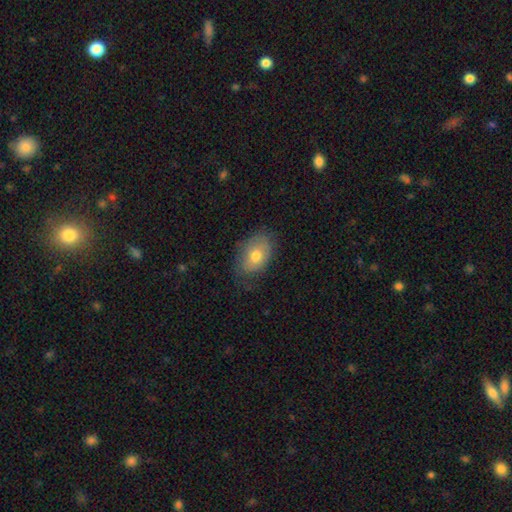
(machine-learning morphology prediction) smooth-or-featured: smooth: 70% | featured or disk: 22% | star or artifact: 8%
  how-rounded: in between: 83% | round: 16% | cigar-shaped: 1%
  merging: none: 67% | minor disturbance: 24% | major disturbance: 7% | merger: 1%